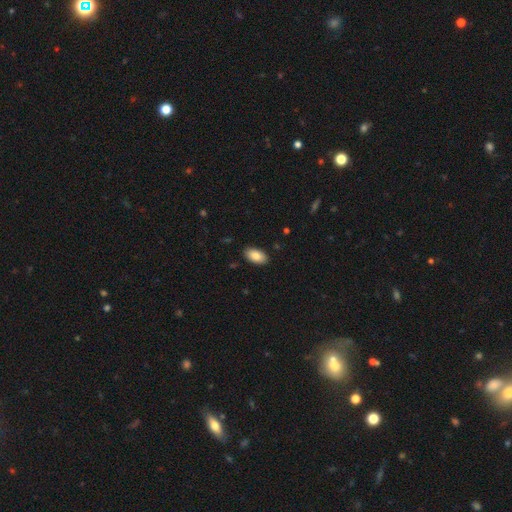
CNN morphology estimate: The model was most divided on "smooth or featured": smooth: 84%, featured or disk: 9%, star or artifact: 7%. More confident: how rounded — in between (94%); merging — none (89%).